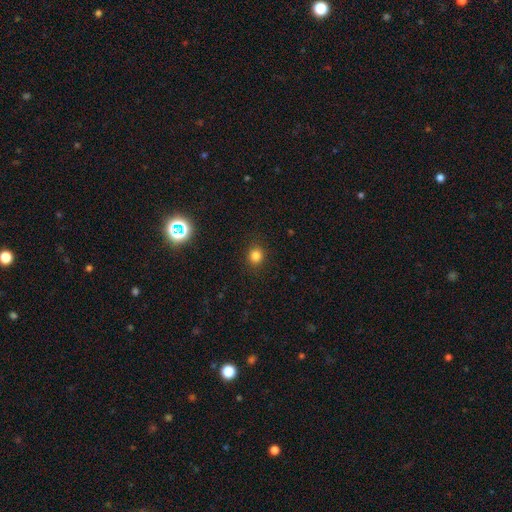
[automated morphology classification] Smooth or featured? smooth (82%)
How rounded? round (84%)
Merging? none (89%)